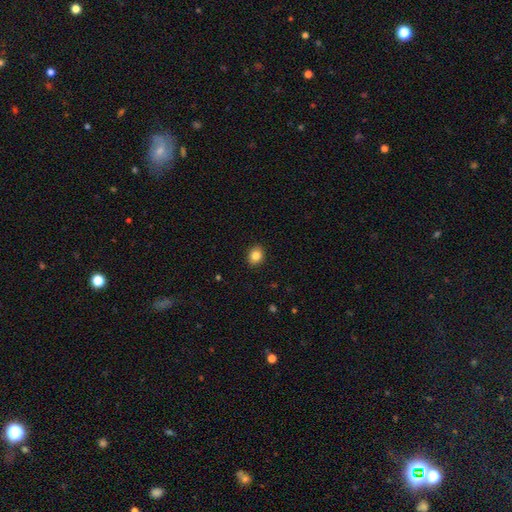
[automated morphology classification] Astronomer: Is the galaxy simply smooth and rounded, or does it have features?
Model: smooth — 85%.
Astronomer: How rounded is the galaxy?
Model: round — 56% (runner-up: in between, 43%).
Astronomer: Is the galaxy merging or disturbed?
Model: none — 91%.